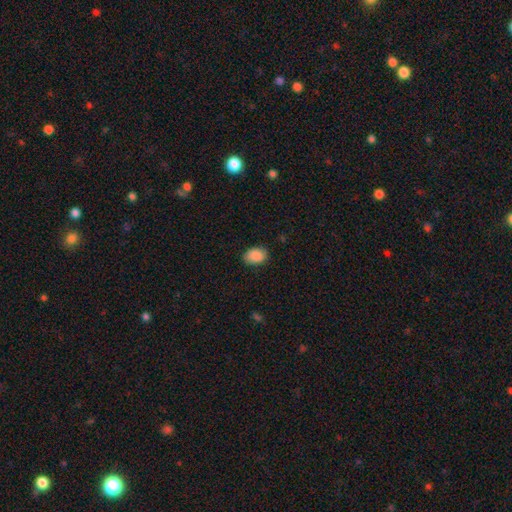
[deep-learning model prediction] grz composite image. It shows a smooth galaxy with no disk features (89%) that is in between round and cigar-shaped (75%). Merging: none (83%).